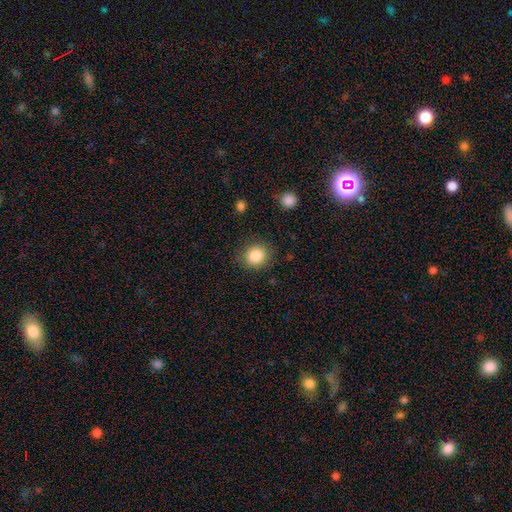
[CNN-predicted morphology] Q: Smooth or featured?
A: smooth (84%); runner-up: star or artifact (10%)
Q: How rounded?
A: round (87%); runner-up: in between (12%)
Q: Merging?
A: none (87%); runner-up: minor disturbance (9%)